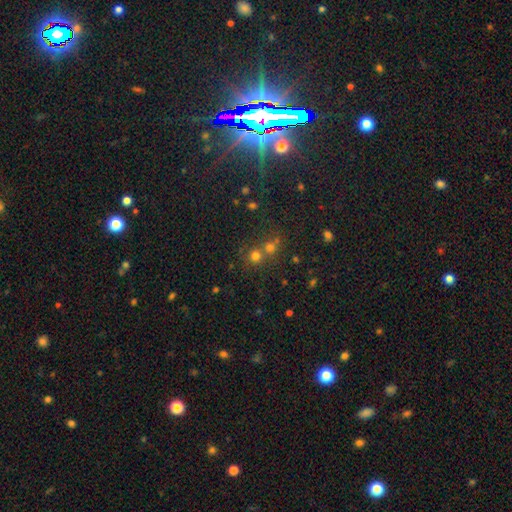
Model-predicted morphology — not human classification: A smooth galaxy with no disk features (68%) that is round (90%). Merging: none (55%).